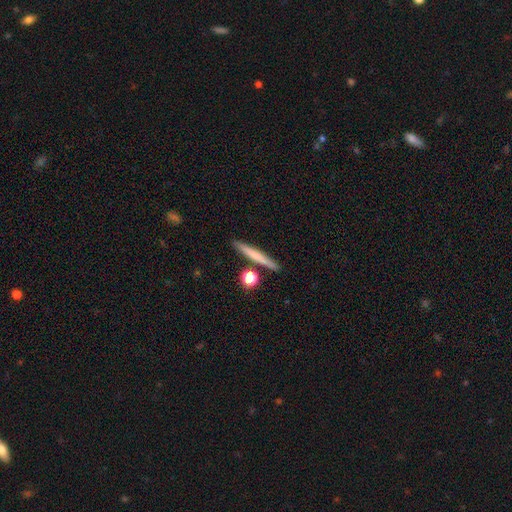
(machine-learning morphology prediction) type=smooth (61%); roundness=cigar-shaped (91%); merging=none (84%).